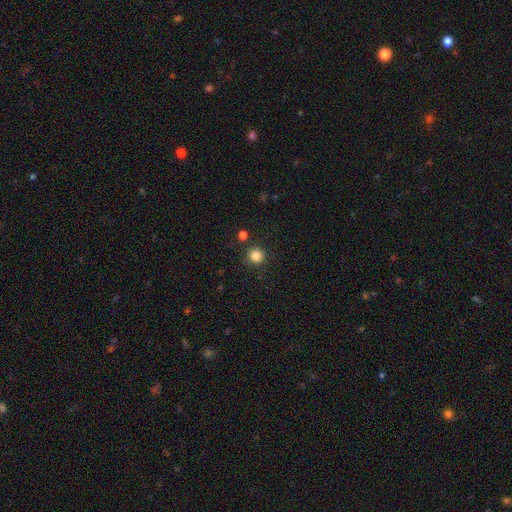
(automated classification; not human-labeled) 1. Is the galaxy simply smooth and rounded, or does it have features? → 84% smooth, 12% star or artifact, 4% featured or disk.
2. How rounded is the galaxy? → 94% round, 5% in between, 1% cigar-shaped.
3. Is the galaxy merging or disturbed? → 86% none, 7% minor disturbance, 4% merger, 3% major disturbance.